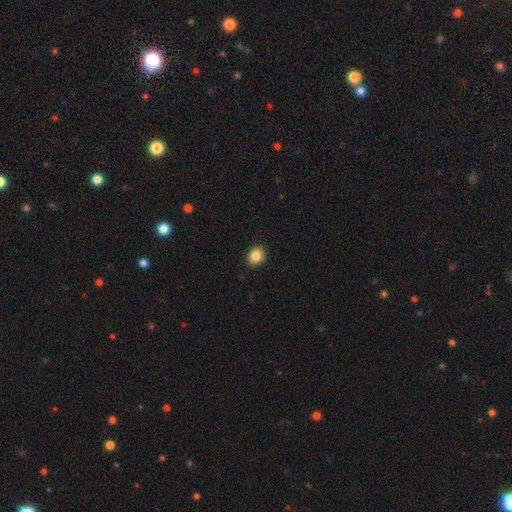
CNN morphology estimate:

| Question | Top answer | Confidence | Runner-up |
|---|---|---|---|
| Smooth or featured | smooth | 85% | star or artifact (9%) |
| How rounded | round | 64% | in between (35%) |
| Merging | none | 91% | minor disturbance (7%) |